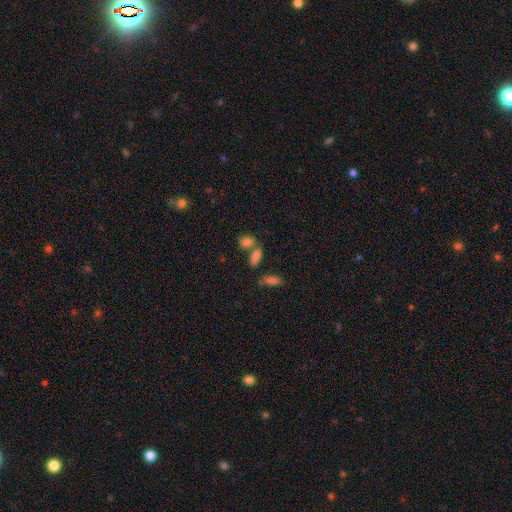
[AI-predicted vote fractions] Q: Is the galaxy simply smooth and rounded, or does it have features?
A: smooth — 79%.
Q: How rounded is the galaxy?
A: in between — 79%.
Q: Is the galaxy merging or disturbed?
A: none — 46%.